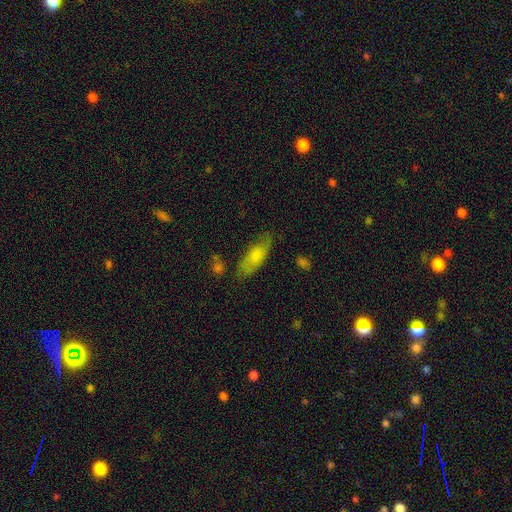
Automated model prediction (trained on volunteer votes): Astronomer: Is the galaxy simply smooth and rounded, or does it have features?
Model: smooth — 70%.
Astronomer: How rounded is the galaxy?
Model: in between — 67%.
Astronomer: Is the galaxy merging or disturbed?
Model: none — 68%.